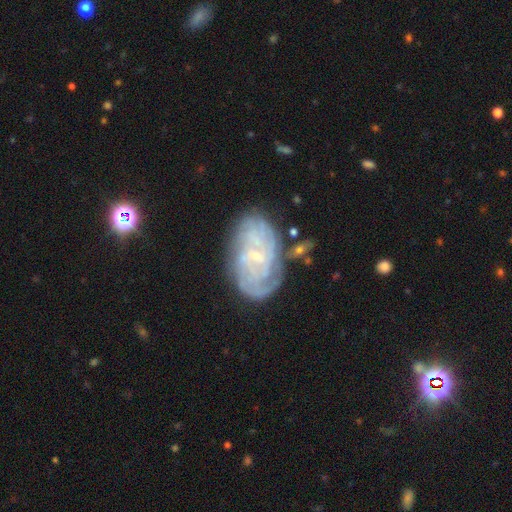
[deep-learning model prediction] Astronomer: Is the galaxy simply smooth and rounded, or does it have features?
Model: featured or disk — 82%.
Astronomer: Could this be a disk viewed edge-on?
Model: no — 97%.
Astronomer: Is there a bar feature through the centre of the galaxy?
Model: weak — 46% (runner-up: no, 42%).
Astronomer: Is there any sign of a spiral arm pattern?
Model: yes — 93%.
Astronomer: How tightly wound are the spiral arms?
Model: tight — 70%.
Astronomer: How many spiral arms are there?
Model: can't tell — 40% (runner-up: 2, 18%).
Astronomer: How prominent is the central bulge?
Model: small — 81%.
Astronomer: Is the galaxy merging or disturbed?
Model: none — 70%.